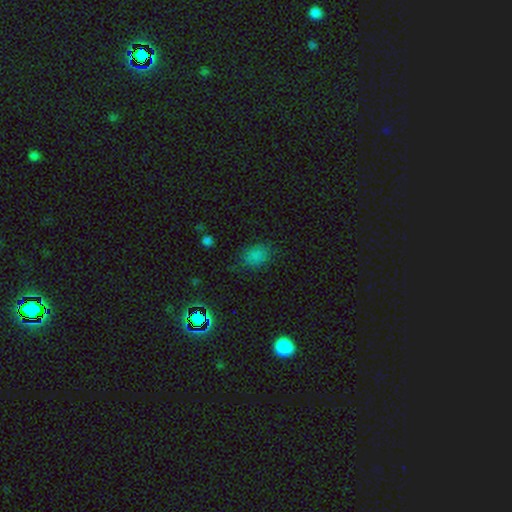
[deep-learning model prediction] This appears to be a smooth galaxy with no disk features (77%) that is in between round and cigar-shaped (68%). Merging: none (76%).